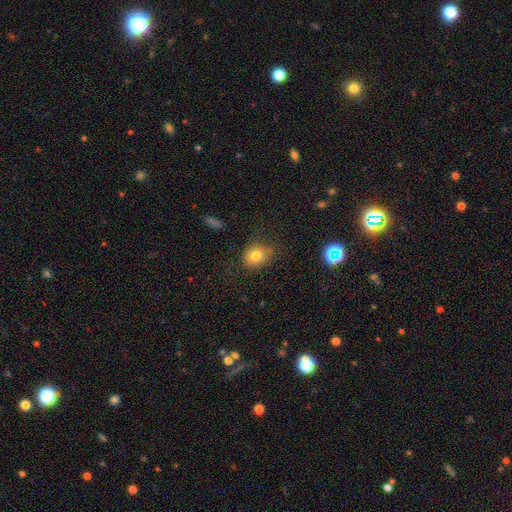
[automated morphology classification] smooth 79%, star or artifact 11%, featured or disk 10%. Down the decision tree: how rounded — round (52%); merging — none (73%).